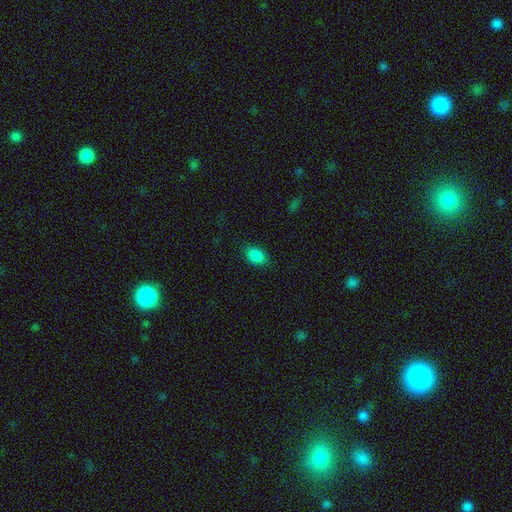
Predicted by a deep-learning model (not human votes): Overall: smooth (87%). How rounded: in between (84%). Merging: none (86%).